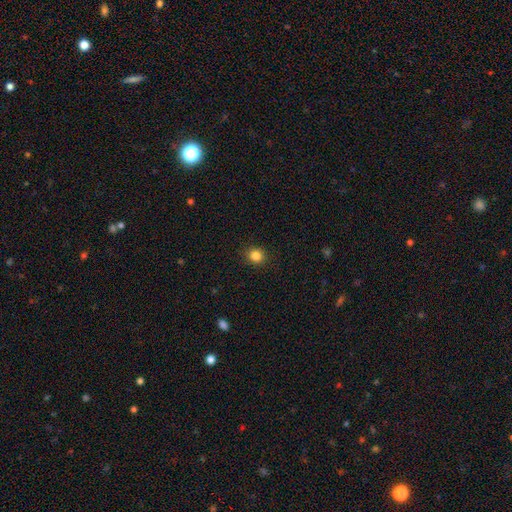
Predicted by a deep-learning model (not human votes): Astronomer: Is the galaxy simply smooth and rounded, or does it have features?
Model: smooth — 84%.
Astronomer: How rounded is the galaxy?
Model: round — 84%.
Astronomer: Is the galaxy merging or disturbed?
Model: none — 91%.